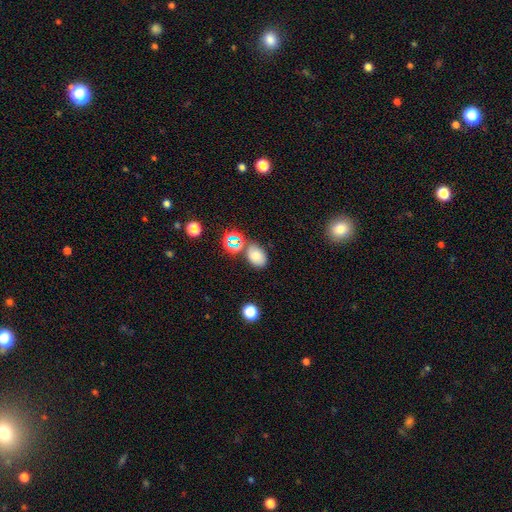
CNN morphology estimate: This appears to be a smooth galaxy with no disk features (74%) that is in between round and cigar-shaped (79%). Merging: none (73%).